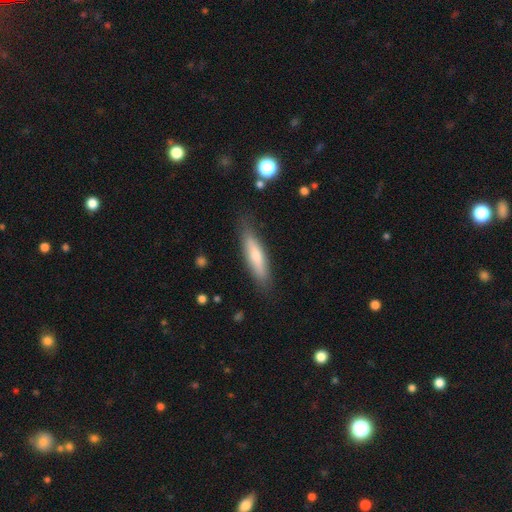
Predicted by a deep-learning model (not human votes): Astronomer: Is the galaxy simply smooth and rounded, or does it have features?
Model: smooth — 67%.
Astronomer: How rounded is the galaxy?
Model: cigar-shaped — 77%.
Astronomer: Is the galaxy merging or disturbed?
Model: none — 82%.